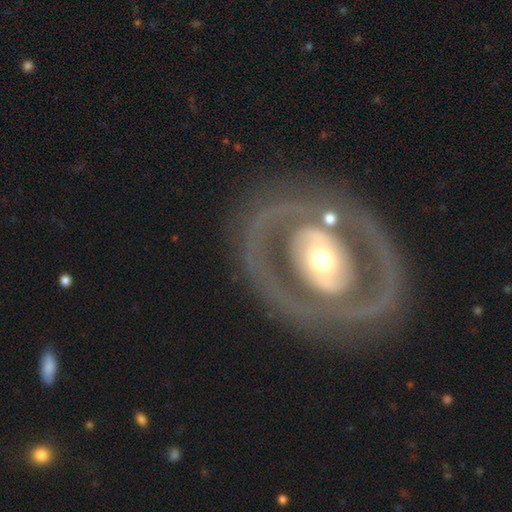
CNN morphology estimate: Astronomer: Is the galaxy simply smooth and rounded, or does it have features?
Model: featured or disk — 78%.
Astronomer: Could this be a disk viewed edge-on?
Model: no — 95%.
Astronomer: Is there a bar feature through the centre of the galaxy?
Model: no — 55%.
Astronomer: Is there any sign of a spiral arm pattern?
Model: yes — 50%, tied with no at 50%.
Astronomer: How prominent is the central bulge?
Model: moderate — 64%.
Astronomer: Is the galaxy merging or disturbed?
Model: none — 78%.